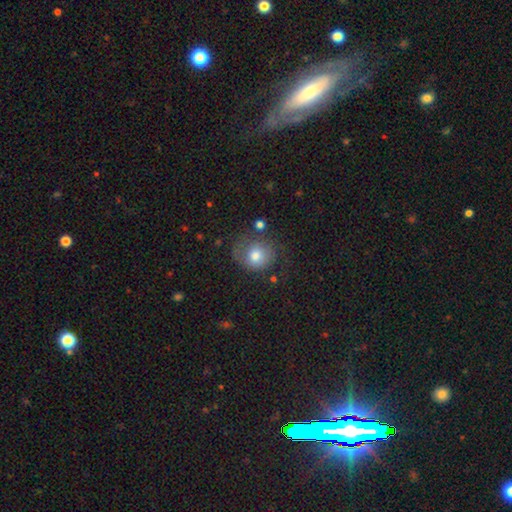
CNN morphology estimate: Smooth or featured? smooth (70%)
How rounded? round (74%)
Merging? none (49%)